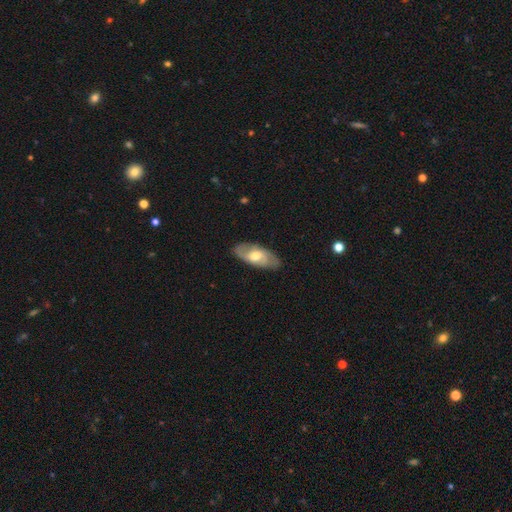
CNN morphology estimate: smooth-or-featured: featured or disk: 56% | smooth: 38% | star or artifact: 6%
  disk-edge-on: no: 87% | yes: 13%
  merging: none: 82% | minor disturbance: 14% | major disturbance: 3% | merger: 1%